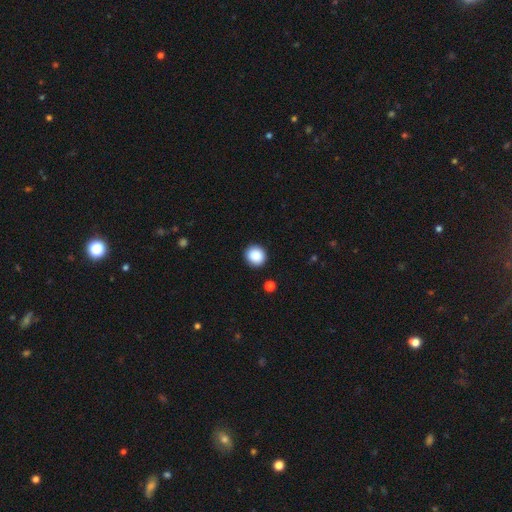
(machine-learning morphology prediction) A smooth galaxy with no disk features (89%) that is round (89%).

Vote fractions:
- Smooth or featured? smooth: 89% / star or artifact: 8% / featured or disk: 3%
- How rounded? round: 89% / in between: 10% / cigar-shaped: 1%
- Merging? none: 91% / minor disturbance: 6% / major disturbance: 2% / merger: 1%